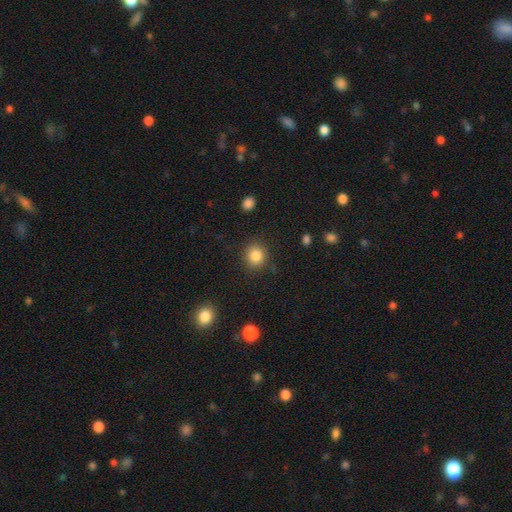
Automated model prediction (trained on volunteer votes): A smooth galaxy with no disk features (85%) that is round (84%).

Vote fractions:
- Smooth or featured? smooth: 85% / star or artifact: 10% / featured or disk: 5%
- How rounded? round: 84% / in between: 15% / cigar-shaped: 1%
- Merging? none: 87% / minor disturbance: 8% / major disturbance: 3% / merger: 2%